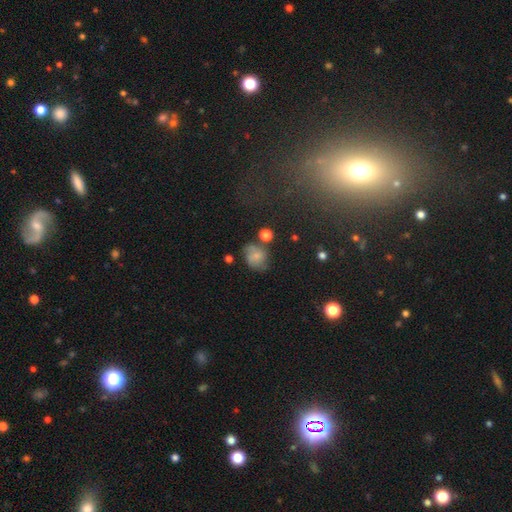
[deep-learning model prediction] Smooth or featured? Predicted: smooth (p=0.61). How rounded? Predicted: round (p=0.62). Merging? Predicted: none (p=0.54).